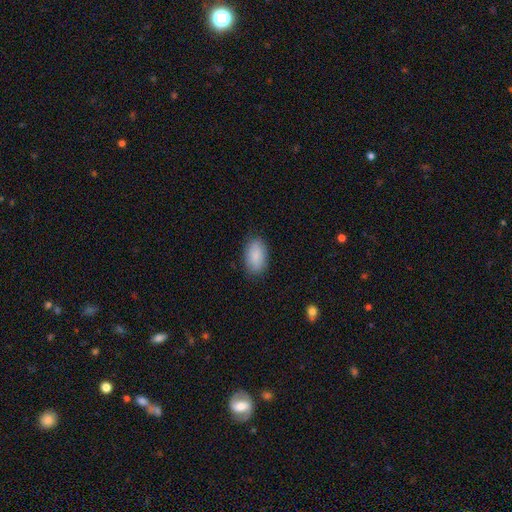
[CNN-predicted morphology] Smooth or featured?
  - smooth: 88% *
  - star or artifact: 6%
  - featured or disk: 6%
How rounded?
  - in between: 93% *
  - round: 6%
  - cigar-shaped: 2%
Merging?
  - none: 85% *
  - minor disturbance: 11%
  - major disturbance: 3%
  - merger: 1%